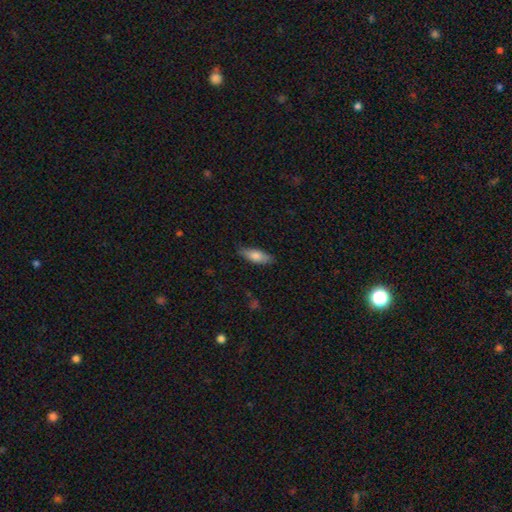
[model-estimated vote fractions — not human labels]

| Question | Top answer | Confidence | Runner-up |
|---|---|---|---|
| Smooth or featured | smooth | 77% | featured or disk (17%) |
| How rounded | in between | 64% | cigar-shaped (34%) |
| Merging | none | 81% | minor disturbance (15%) |